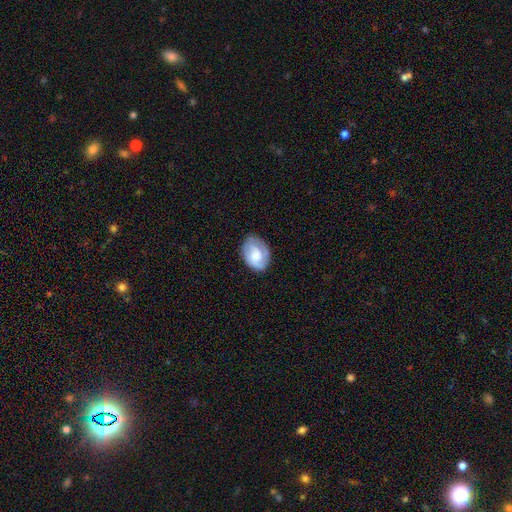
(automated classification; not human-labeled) smooth_or_featured: featured or disk (p=0.51) [alt: smooth p=0.42]
disk_edge_on: no (p=0.97) [alt: yes p=0.03]
merging: none (p=0.72) [alt: minor disturbance p=0.21]